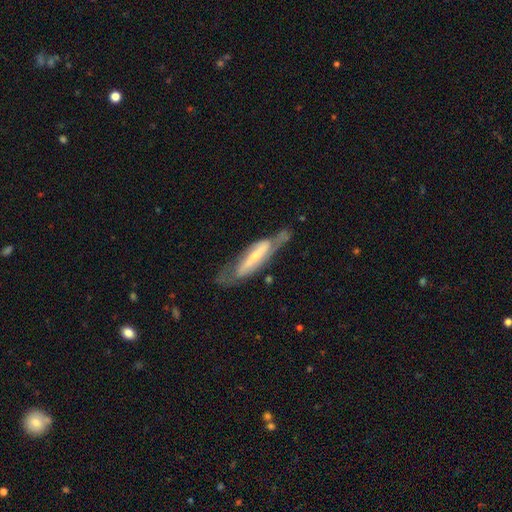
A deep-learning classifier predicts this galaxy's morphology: This is likely a featured or disk galaxy (78%). It is likely not viewed edge-on (70%). Bar: likely strong (64%). Spiral arm pattern: clearly yes (81%). Central bulge: likely small (61%). Merging: possibly none (59%).